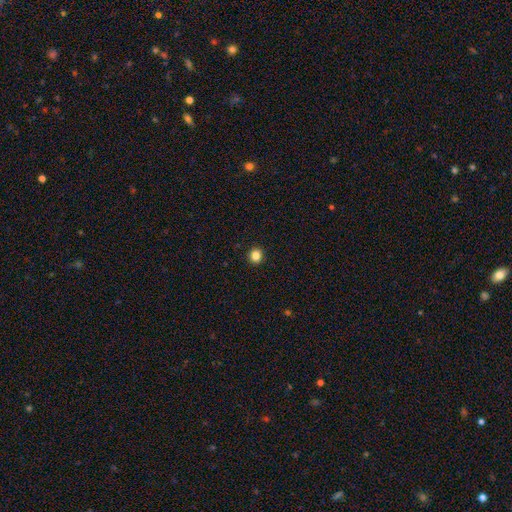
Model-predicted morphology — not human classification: A smooth galaxy with no disk features (85%) that is round (86%). Merging: none (93%).